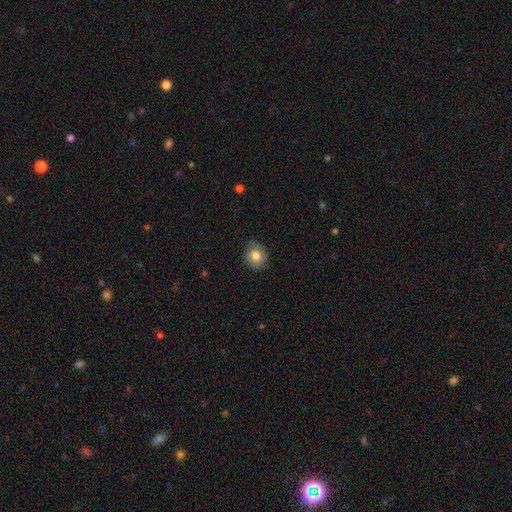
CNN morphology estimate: Smooth or featured?
  - smooth: 79% *
  - featured or disk: 12%
  - star or artifact: 9%
How rounded?
  - round: 71% *
  - in between: 28%
  - cigar-shaped: 1%
Merging?
  - none: 79% *
  - minor disturbance: 16%
  - major disturbance: 3%
  - merger: 1%